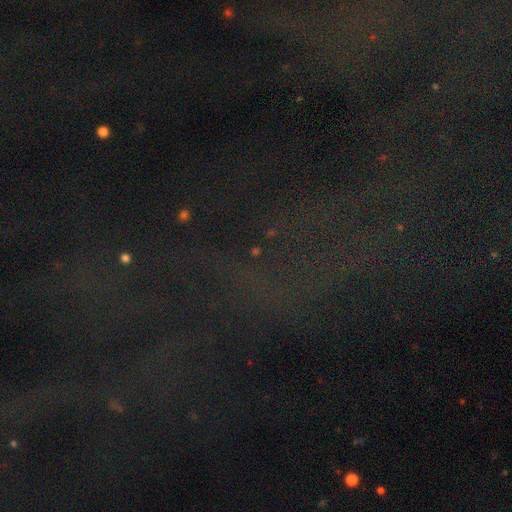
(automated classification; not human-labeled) A star or artifact, not a galaxy (73%).